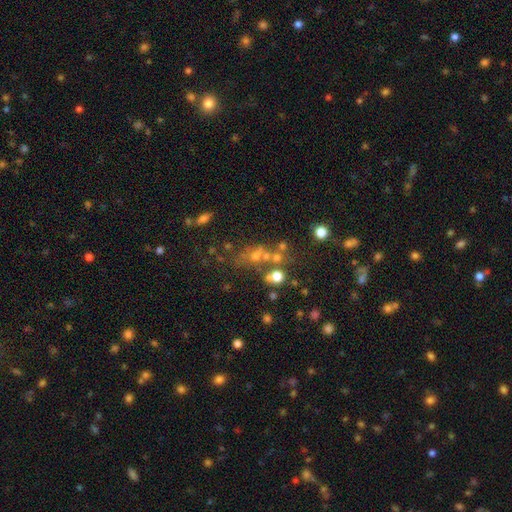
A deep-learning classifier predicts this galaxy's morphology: Q: Smooth or featured?
A: smooth (42%); runner-up: star or artifact (33%)
Q: Merging?
A: none (43%); runner-up: merger (31%)